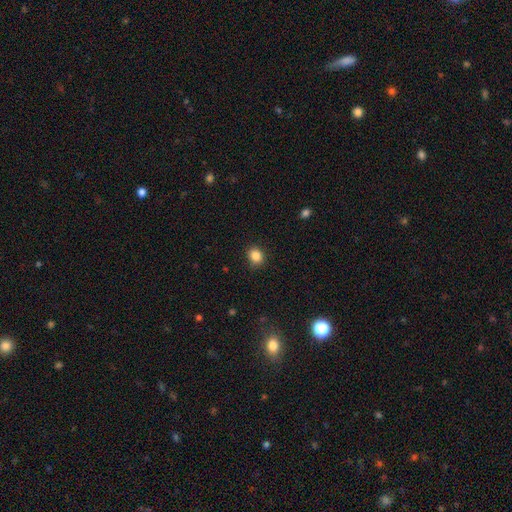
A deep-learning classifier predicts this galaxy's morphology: Smooth or featured: smooth — 86% (star or artifact — 10%)
How rounded: round — 65% (in between — 34%)
Merging: none — 86% (minor disturbance — 11%)